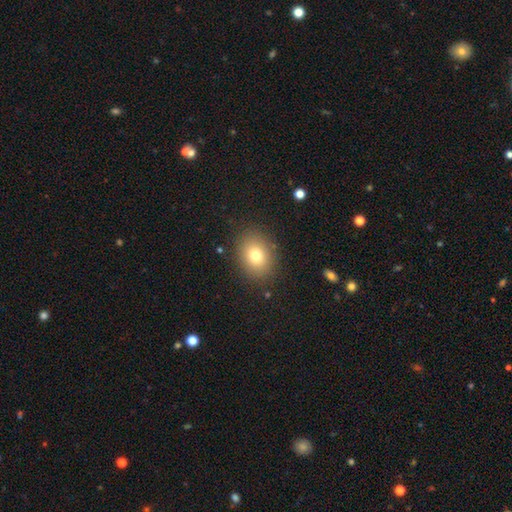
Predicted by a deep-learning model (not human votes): Smooth or featured? Predicted: smooth (p=0.78). How rounded? Predicted: in between (p=0.52). Merging? Predicted: none (p=0.87).